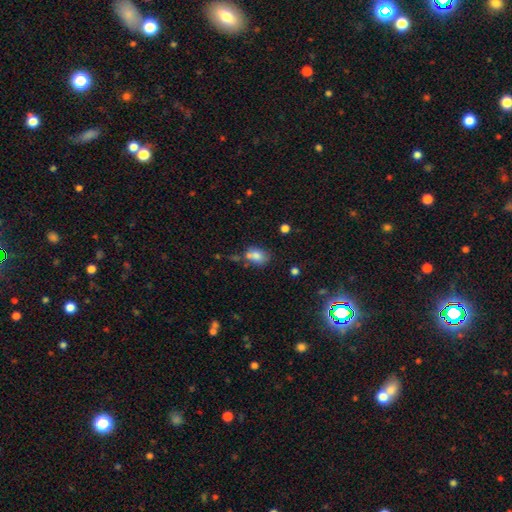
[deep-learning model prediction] This appears to be a smooth galaxy with no disk features (78%) that is in between round and cigar-shaped (69%). Merging: none (46%).